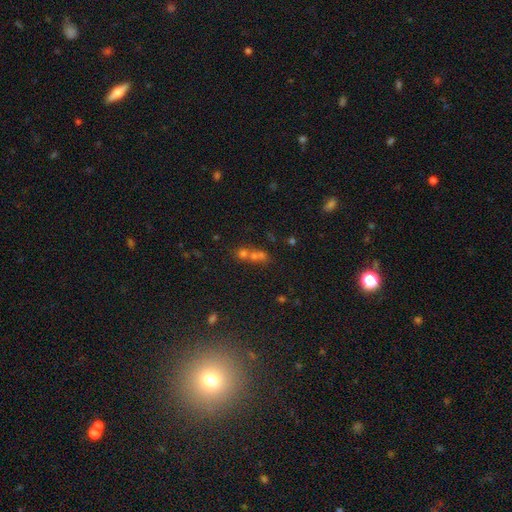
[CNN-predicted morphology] Smooth or featured? Predicted: smooth (p=0.48). Merging? Predicted: merger (p=0.51).